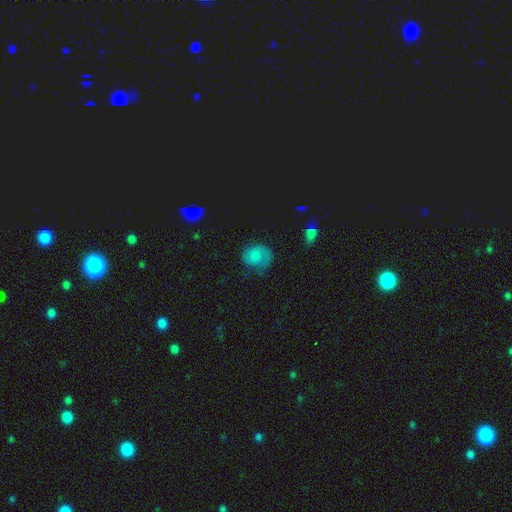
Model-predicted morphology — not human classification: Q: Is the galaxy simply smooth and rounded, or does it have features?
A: smooth — 59%.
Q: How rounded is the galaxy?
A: round — 66%.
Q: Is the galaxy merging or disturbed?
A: none — 51%.